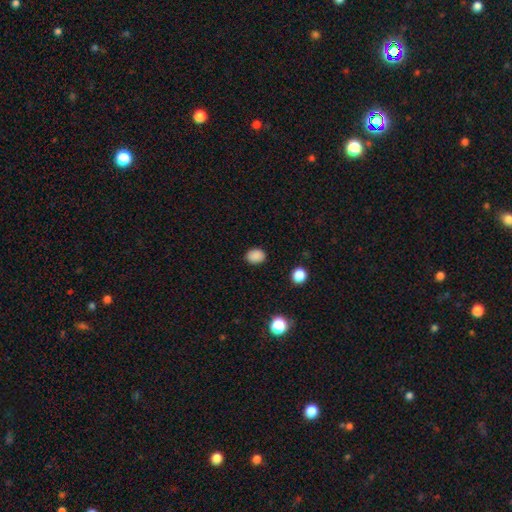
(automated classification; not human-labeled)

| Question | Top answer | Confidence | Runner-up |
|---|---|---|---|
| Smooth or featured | smooth | 87% | star or artifact (10%) |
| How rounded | in between | 50% | round (49%) |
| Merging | none | 88% | minor disturbance (9%) |